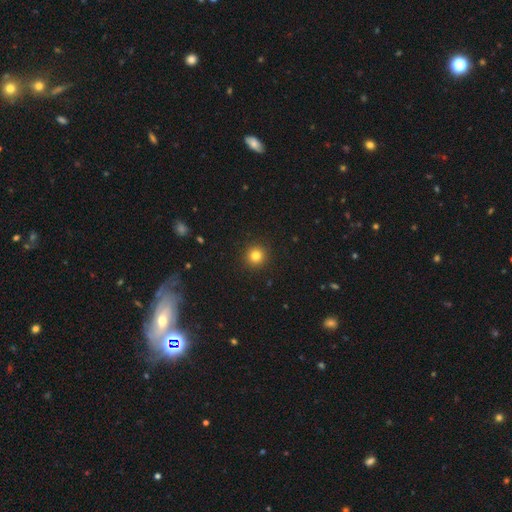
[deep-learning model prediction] A smooth galaxy with no disk features (82%) that is round (95%). Merging: none (93%).